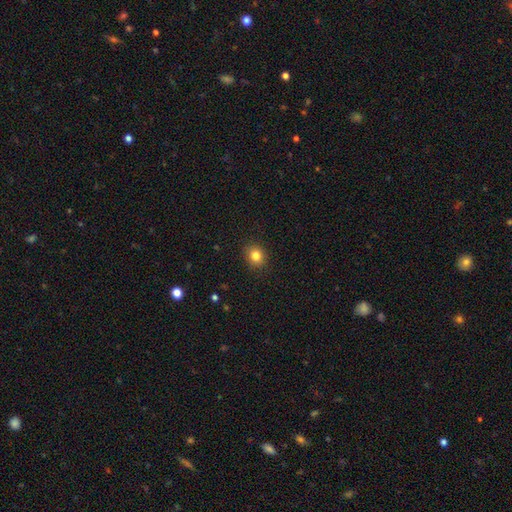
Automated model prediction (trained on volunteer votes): This is clearly a smooth galaxy (83%). How rounded: likely round (73%). Merging: clearly none (90%).